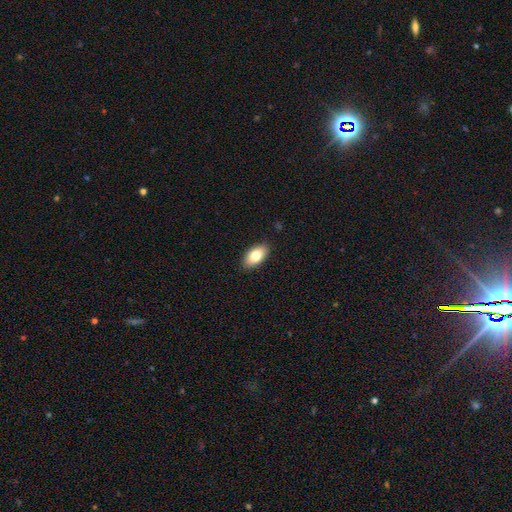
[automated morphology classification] A smooth galaxy with no disk features (79%) that is in between round and cigar-shaped (93%).

Vote fractions:
- Smooth or featured? smooth: 79% / featured or disk: 14% / star or artifact: 7%
- How rounded? in between: 93% / round: 4% / cigar-shaped: 3%
- Merging? none: 89% / minor disturbance: 9% / major disturbance: 2% / merger: 1%